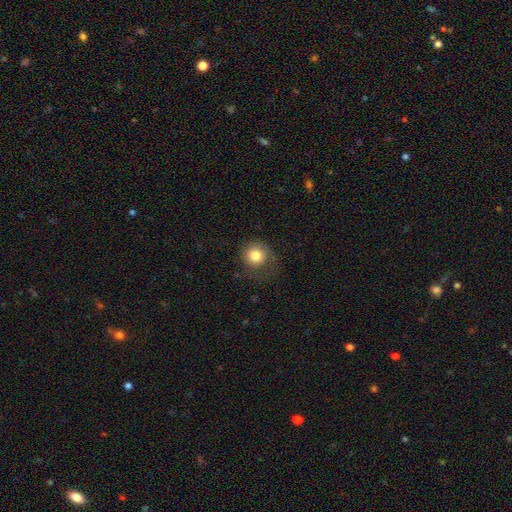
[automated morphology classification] smooth-or-featured: smooth: 81% | star or artifact: 10% | featured or disk: 9%
  how-rounded: round: 86% | in between: 13% | cigar-shaped: 1%
  merging: none: 64% | minor disturbance: 21% | major disturbance: 14% | merger: 1%